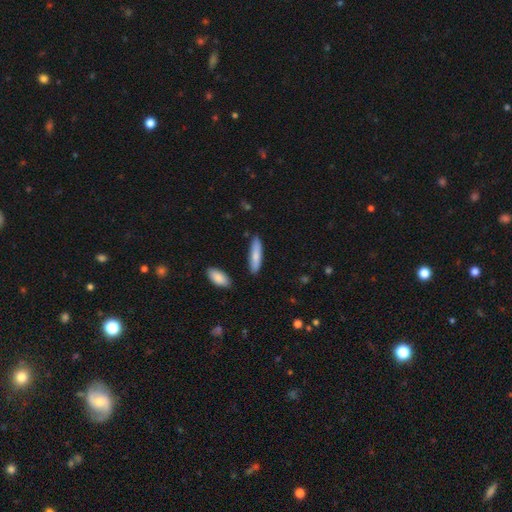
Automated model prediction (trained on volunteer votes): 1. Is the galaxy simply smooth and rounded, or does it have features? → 80% smooth, 15% featured or disk, 6% star or artifact.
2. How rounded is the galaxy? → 76% cigar-shaped, 23% in between, 1% round.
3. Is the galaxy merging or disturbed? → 86% none, 10% minor disturbance, 3% merger, 2% major disturbance.